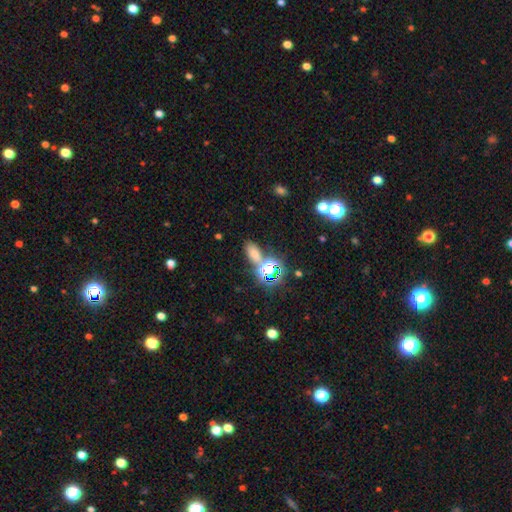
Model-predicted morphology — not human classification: A smooth galaxy with no disk features (56%) that is in between round and cigar-shaped (82%). Merging: none (60%).